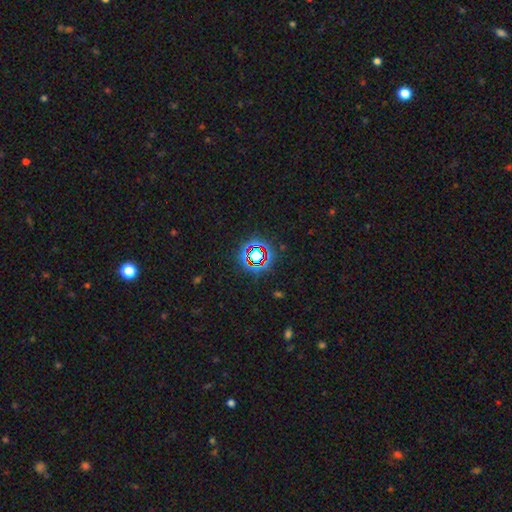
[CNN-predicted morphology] The model was most divided on "smooth or featured": star or artifact: 72%, smooth: 17%, featured or disk: 11%.